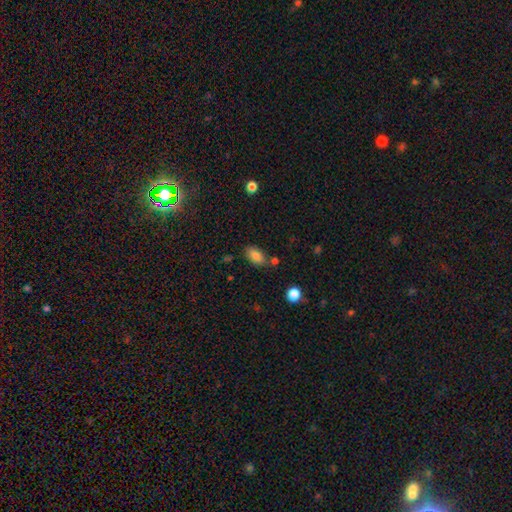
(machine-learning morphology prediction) Smooth or featured: smooth — 84% (star or artifact — 9%)
How rounded: in between — 91% (round — 5%)
Merging: none — 72% (minor disturbance — 14%)